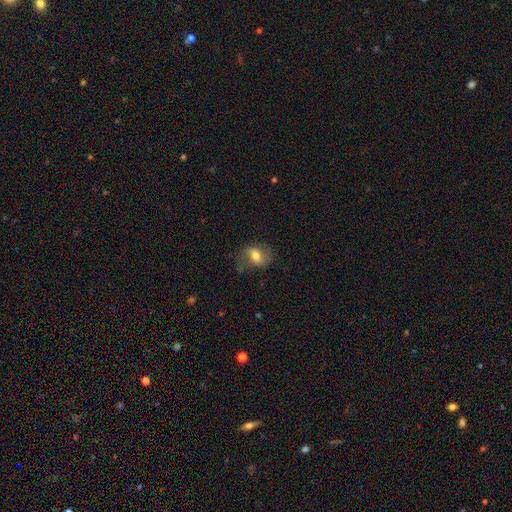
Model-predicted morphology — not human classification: Smooth or featured?
  - smooth: 61% *
  - featured or disk: 30%
  - star or artifact: 9%
How rounded?
  - in between: 67% *
  - round: 31%
  - cigar-shaped: 2%
Merging?
  - none: 64% *
  - minor disturbance: 23%
  - major disturbance: 11%
  - merger: 2%